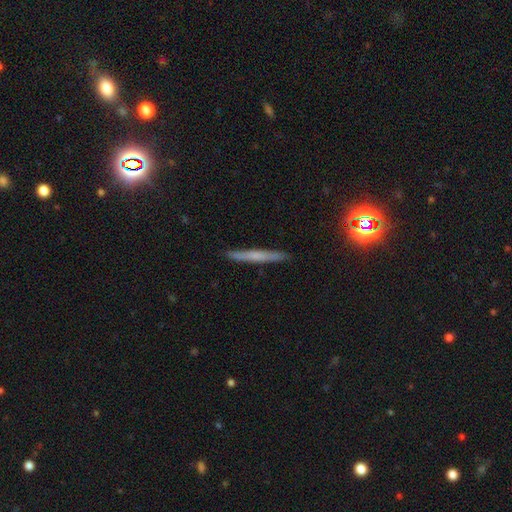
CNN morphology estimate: smooth-or-featured: smooth: 47% | featured or disk: 43% | star or artifact: 11%
  merging: none: 90% | minor disturbance: 7% | major disturbance: 2% | merger: 1%